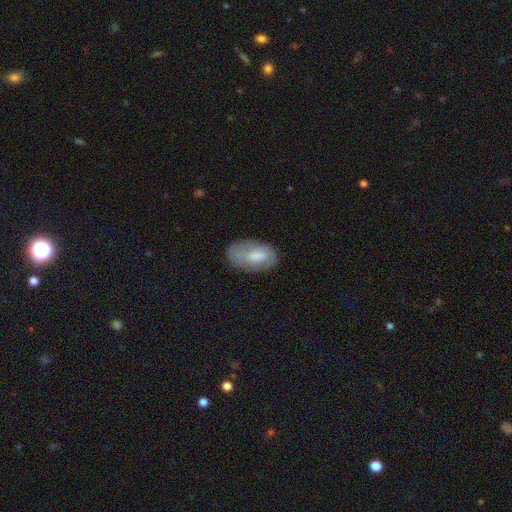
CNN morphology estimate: This appears to be a smooth galaxy with no disk features (64%) that is in between round and cigar-shaped (93%). Merging: none (65%).